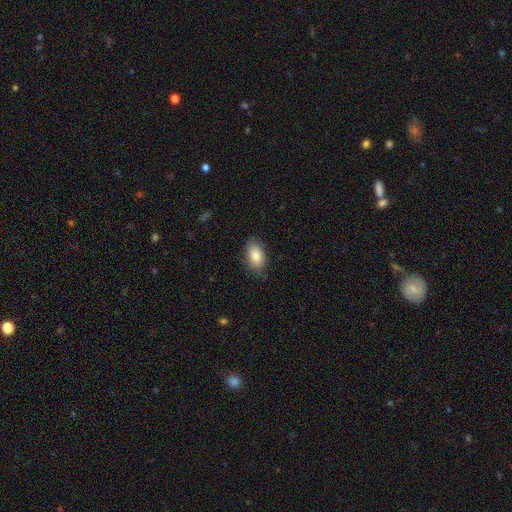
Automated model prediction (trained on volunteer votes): A smooth galaxy with no disk features (86%) that is in between round and cigar-shaped (92%).

Vote fractions:
- Smooth or featured? smooth: 86% / featured or disk: 7% / star or artifact: 7%
- How rounded? in between: 92% / round: 6% / cigar-shaped: 2%
- Merging? none: 82% / minor disturbance: 14% / major disturbance: 3% / merger: 1%